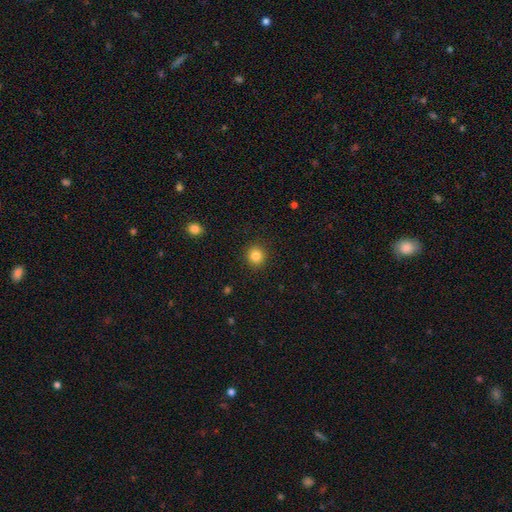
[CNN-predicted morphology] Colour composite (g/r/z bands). It shows a smooth galaxy with no disk features (84%) that is round (90%). Merging: none (91%).